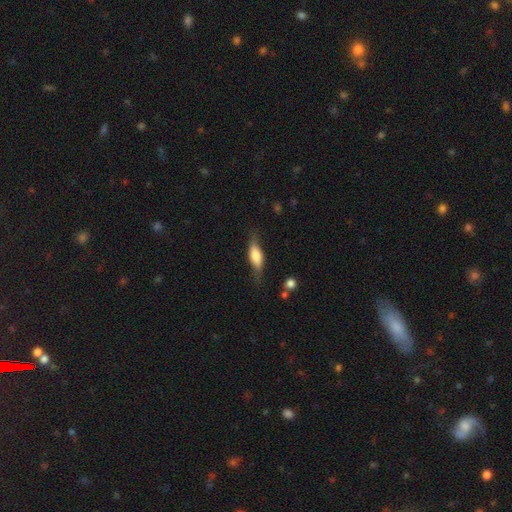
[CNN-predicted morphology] This appears to be a smooth galaxy with no disk features (58%) that is in between round and cigar-shaped (59%). Merging: none (66%).